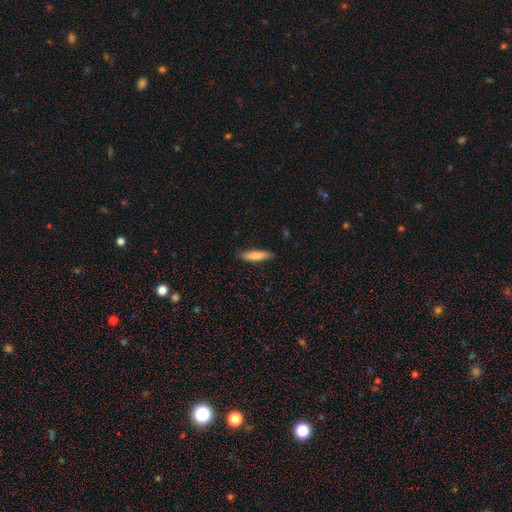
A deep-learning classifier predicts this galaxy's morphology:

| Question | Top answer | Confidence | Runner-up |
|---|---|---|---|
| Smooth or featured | smooth | 81% | featured or disk (14%) |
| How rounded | cigar-shaped | 73% | in between (26%) |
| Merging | none | 87% | minor disturbance (10%) |